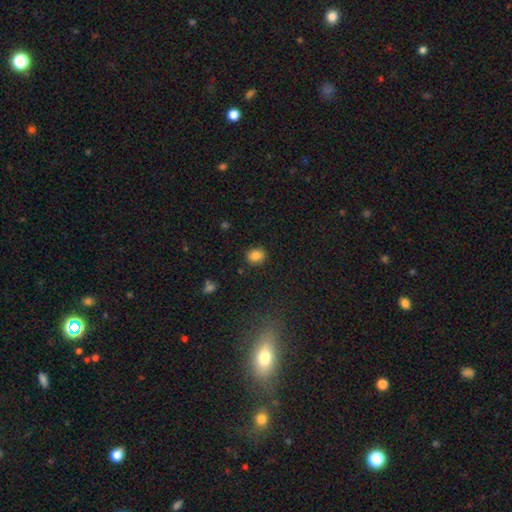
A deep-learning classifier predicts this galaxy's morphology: Overall: smooth (84%). How rounded: round (63%; in between 36%). Merging: none (87%).